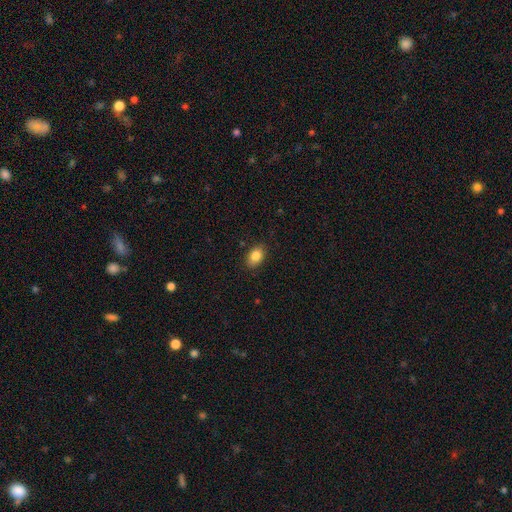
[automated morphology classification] A smooth galaxy with no disk features (85%) that is in between round and cigar-shaped (80%). Merging: none (85%).